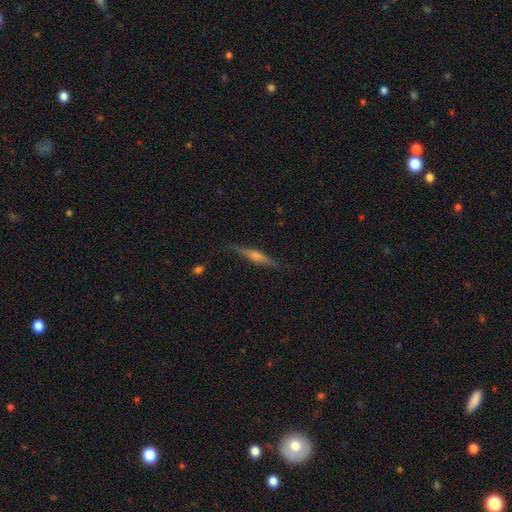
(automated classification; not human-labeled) smooth_or_featured: featured or disk (p=0.66) [alt: smooth p=0.26]
disk_edge_on: yes (p=0.97) [alt: no p=0.03]
edge_on_bulge: rounded (p=0.75) [alt: boxy p=0.15]
merging: none (p=0.85) [alt: minor disturbance p=0.11]